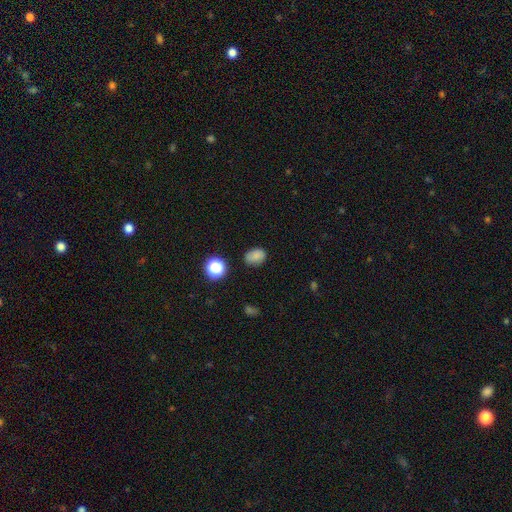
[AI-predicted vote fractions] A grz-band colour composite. It shows a smooth galaxy with no disk features (78%) that is in between round and cigar-shaped (62%). Merging: none (74%).